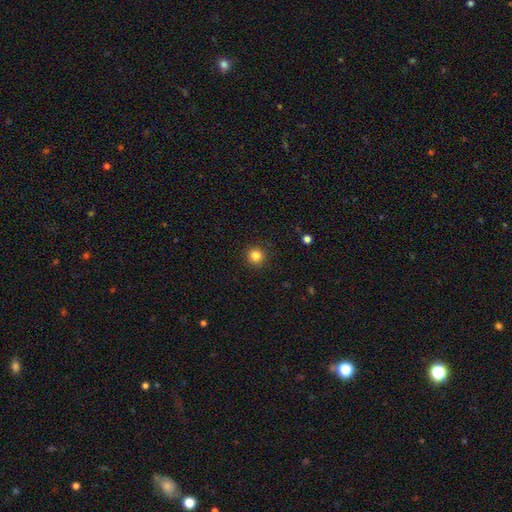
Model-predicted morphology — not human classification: A smooth galaxy with no disk features (83%) that is round (95%).

Vote fractions:
- Smooth or featured? smooth: 83% / star or artifact: 12% / featured or disk: 5%
- How rounded? round: 95% / in between: 4% / cigar-shaped: 1%
- Merging? none: 91% / minor disturbance: 6% / major disturbance: 2% / merger: 1%